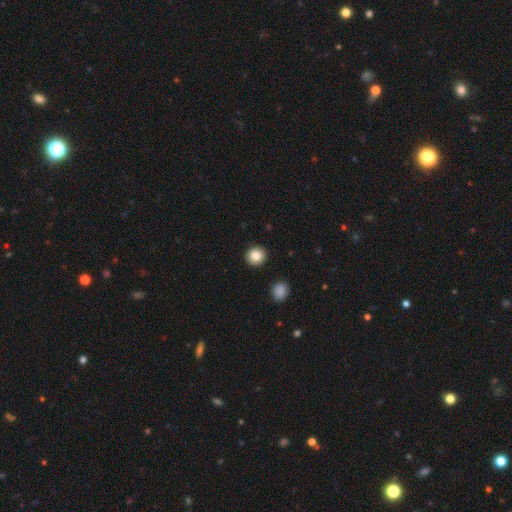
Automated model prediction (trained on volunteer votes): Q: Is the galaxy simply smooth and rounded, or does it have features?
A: smooth — 84%.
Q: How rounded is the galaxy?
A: round — 91%.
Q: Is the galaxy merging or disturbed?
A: none — 92%.